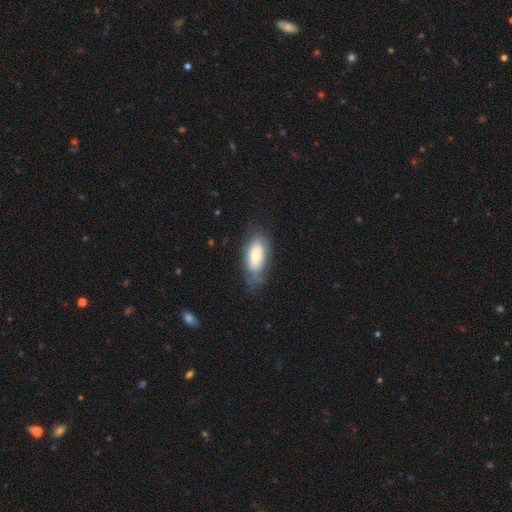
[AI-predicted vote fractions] smooth-or-featured: smooth: 68% | featured or disk: 26% | star or artifact: 7%
  how-rounded: in between: 88% | cigar-shaped: 9% | round: 3%
  merging: none: 65% | minor disturbance: 24% | major disturbance: 9% | merger: 2%